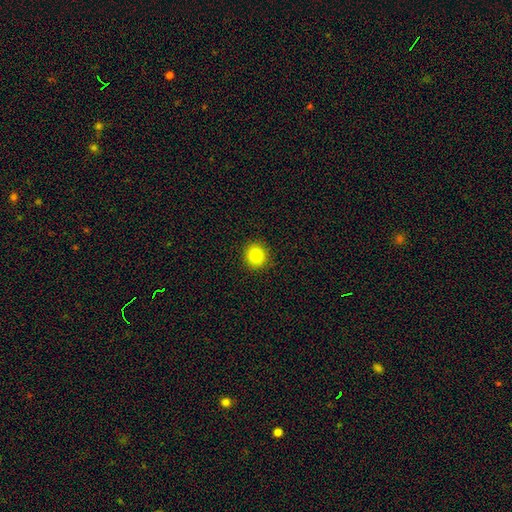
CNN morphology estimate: Smooth or featured: smooth — 83% (star or artifact — 11%)
How rounded: round — 92% (in between — 7%)
Merging: none — 92% (minor disturbance — 5%)